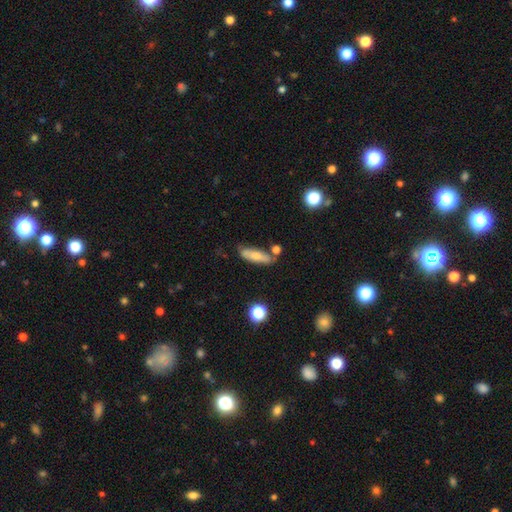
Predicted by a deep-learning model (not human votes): Smooth or featured? smooth (65%)
How rounded? cigar-shaped (55%)
Merging? none (63%)